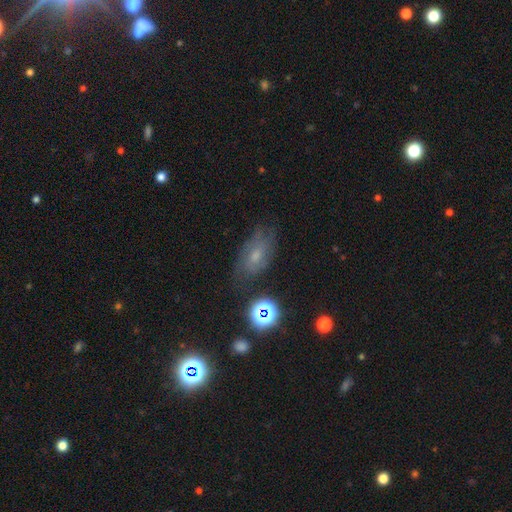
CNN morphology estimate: smooth-or-featured: featured or disk: 41% | smooth: 39% | star or artifact: 20%
  merging: none: 64% | minor disturbance: 23% | major disturbance: 10% | merger: 2%